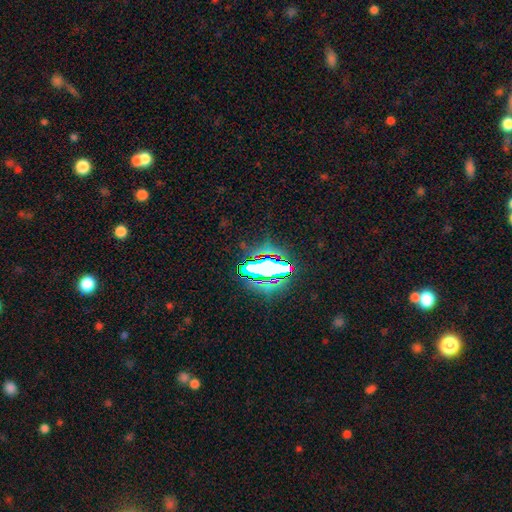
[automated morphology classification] Q: Smooth or featured?
A: star or artifact (81%); runner-up: smooth (11%)